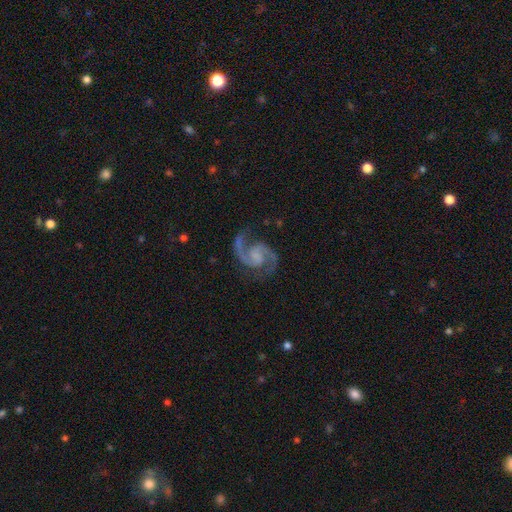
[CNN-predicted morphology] smooth_or_featured: featured or disk (p=0.93) [alt: star or artifact p=0.04]
disk_edge_on: no (p=0.99) [alt: yes p=0.01]
bar: no (p=0.53) [alt: weak p=0.36]
has_spiral_arms: yes (p=0.99) [alt: no p=0.01]
spiral_winding: medium (p=0.64) [alt: loose p=0.20]
spiral_arm_count: 2 (p=0.94) [alt: 1 p=0.01]
bulge_size: none (p=0.46) [alt: small p=0.31]
merging: none (p=0.79) [alt: minor disturbance p=0.13]